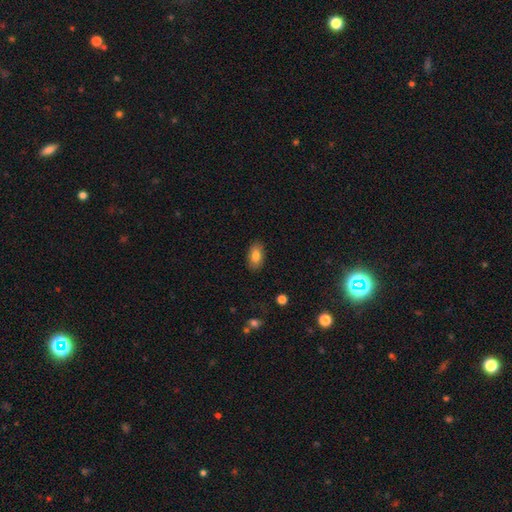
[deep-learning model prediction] Q: Smooth or featured?
A: smooth (81%); runner-up: featured or disk (11%)
Q: How rounded?
A: in between (92%); runner-up: round (6%)
Q: Merging?
A: none (88%); runner-up: minor disturbance (9%)